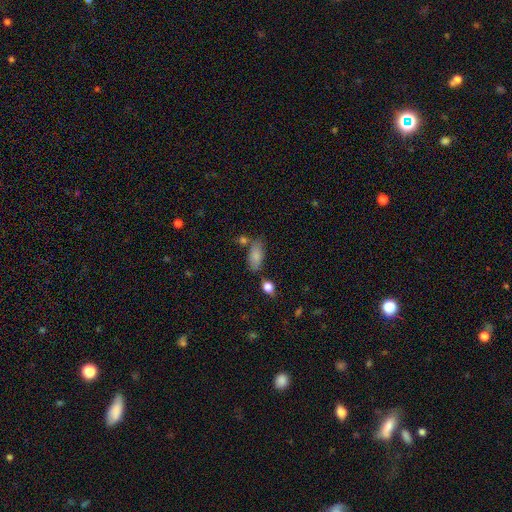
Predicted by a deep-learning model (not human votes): smooth 83%, featured or disk 9%, star or artifact 8%. Down the decision tree: how rounded — in between (89%); merging — none (67%).